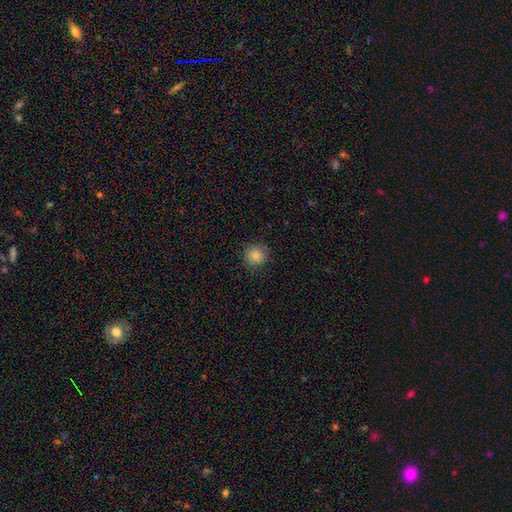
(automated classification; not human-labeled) Smooth or featured? smooth (85%)
How rounded? round (92%)
Merging? none (85%)